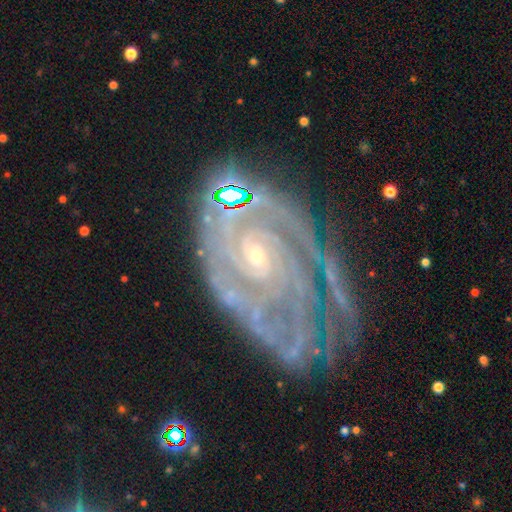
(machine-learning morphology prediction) Smooth or featured? Predicted: featured or disk (p=0.85). Edge-on disk? Predicted: no (p=0.96). Bar? Predicted: no (p=0.71). Spiral arms? Predicted: yes (p=0.91). Spiral winding? Predicted: tight (p=0.70). Spiral arm count? Predicted: can't tell (p=0.38). Bulge size? Predicted: small (p=0.81). Merging? Predicted: none (p=0.54).